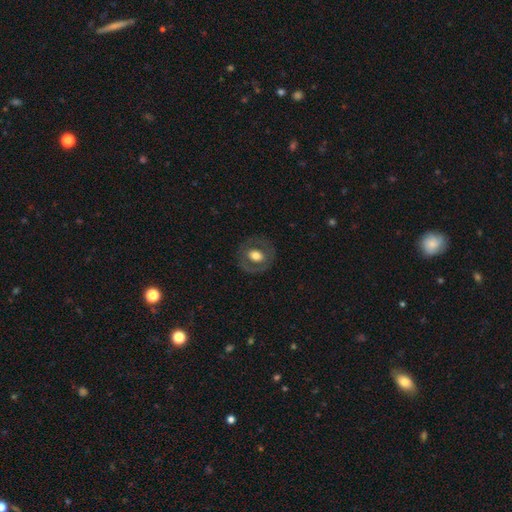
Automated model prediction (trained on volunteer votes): A smooth galaxy with no disk features (50%) that is round (66%). Merging: none (81%).